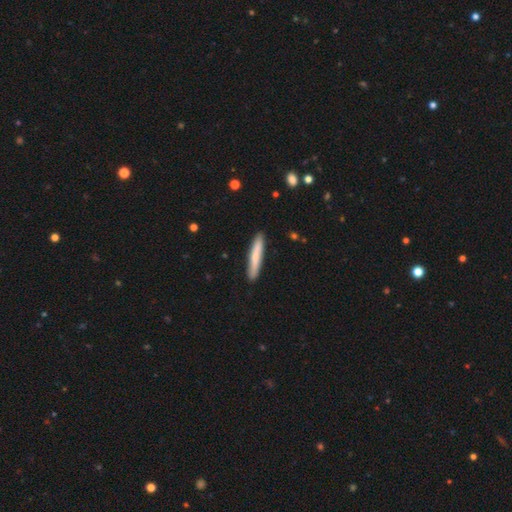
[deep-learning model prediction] smooth-or-featured: smooth: 72% | featured or disk: 23% | star or artifact: 6%
  how-rounded: cigar-shaped: 94% | in between: 5% | round: 1%
  merging: none: 89% | minor disturbance: 8% | major disturbance: 1% | merger: 1%